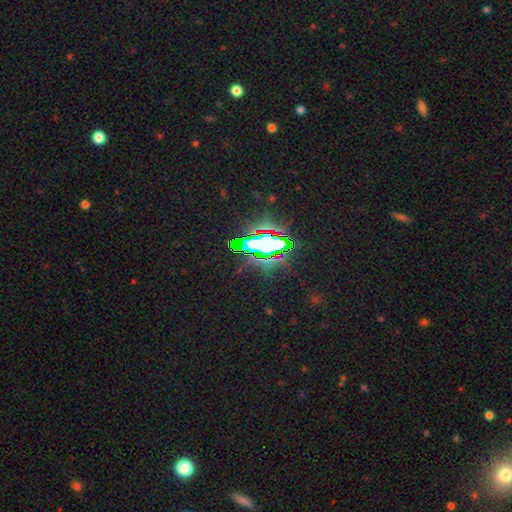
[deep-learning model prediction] Smooth or featured?
  - star or artifact: 76% *
  - smooth: 13%
  - featured or disk: 11%